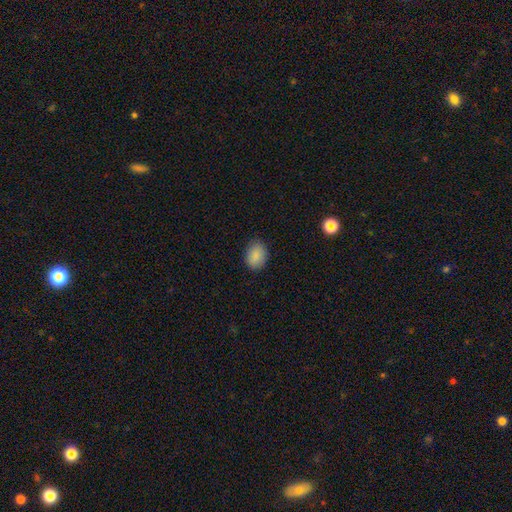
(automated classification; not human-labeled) A smooth galaxy with no disk features (88%) that is in between round and cigar-shaped (72%). Merging: none (85%).